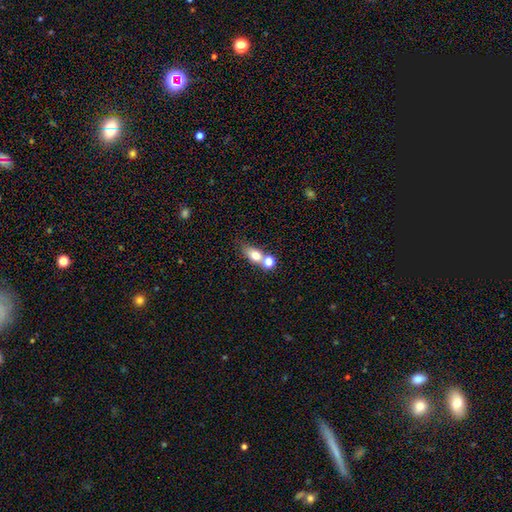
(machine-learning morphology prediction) Smooth or featured? Predicted: smooth (p=0.71). How rounded? Predicted: in between (p=0.58). Merging? Predicted: merger (p=0.46).